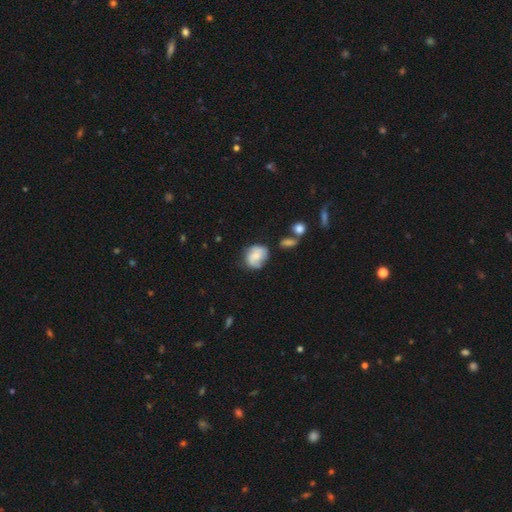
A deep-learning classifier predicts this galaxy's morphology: Smooth or featured? Predicted: smooth (p=0.53). How rounded? Predicted: round (p=0.53). Merging? Predicted: none (p=0.56).